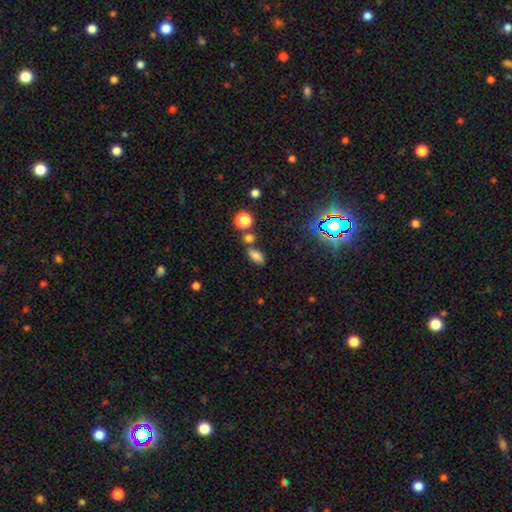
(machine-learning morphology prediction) smooth 72%, star or artifact 18%, featured or disk 10%. Down the decision tree: how rounded — in between (83%); merging — none (66%).